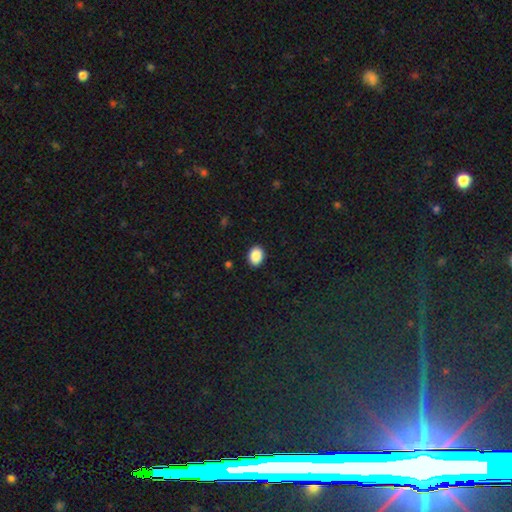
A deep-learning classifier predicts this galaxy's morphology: Smooth or featured? Predicted: smooth (p=0.89). How rounded? Predicted: in between (p=0.69). Merging? Predicted: none (p=0.90).